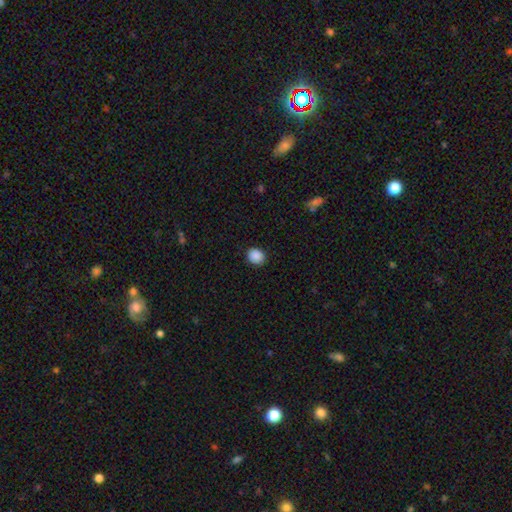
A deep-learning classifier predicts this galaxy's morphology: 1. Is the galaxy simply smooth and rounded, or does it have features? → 89% smooth, 8% star or artifact, 2% featured or disk.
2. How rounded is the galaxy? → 69% round, 30% in between, 1% cigar-shaped.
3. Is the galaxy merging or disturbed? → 90% none, 7% minor disturbance, 2% major disturbance, 1% merger.